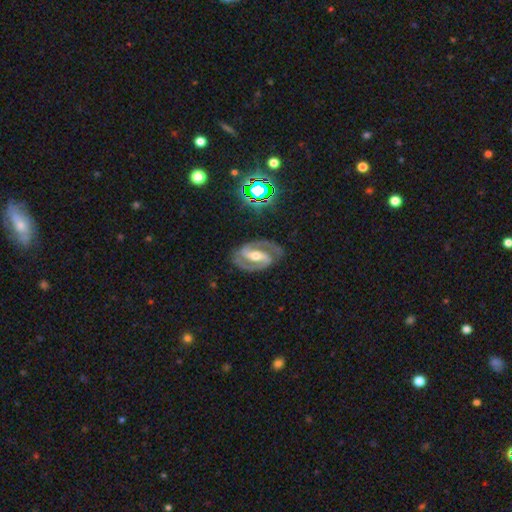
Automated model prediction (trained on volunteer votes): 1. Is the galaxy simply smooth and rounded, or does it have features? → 91% featured or disk, 5% star or artifact, 4% smooth.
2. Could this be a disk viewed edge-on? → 97% no, 3% yes.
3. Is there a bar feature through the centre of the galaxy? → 63% strong, 26% weak, 11% no.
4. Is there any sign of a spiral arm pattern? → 98% yes, 2% no.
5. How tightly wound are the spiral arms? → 54% medium, 36% tight, 10% loose.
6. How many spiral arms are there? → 94% 2, 2% can't tell, 1% 3, 1% 1, 1% 4, 1% more than 4.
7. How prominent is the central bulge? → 62% moderate, 31% small, 5% large, 1% none, 1% dominant.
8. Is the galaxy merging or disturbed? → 82% none, 12% minor disturbance, 5% major disturbance, 1% merger.